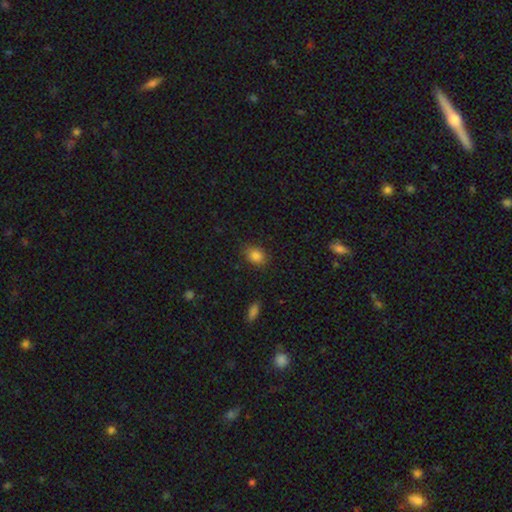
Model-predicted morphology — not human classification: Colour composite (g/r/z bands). It shows a smooth galaxy with no disk features (84%) that is in between round and cigar-shaped (56%). Merging: none (82%).